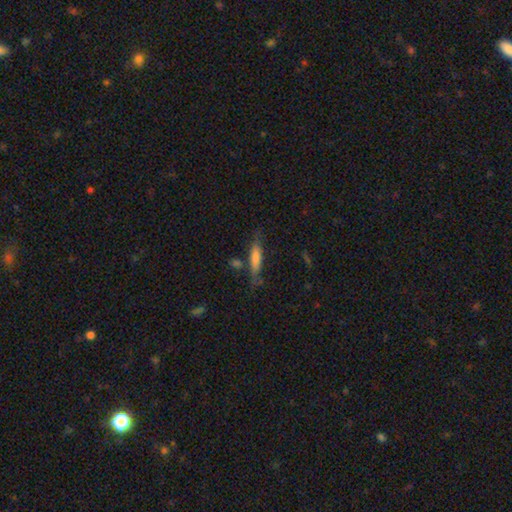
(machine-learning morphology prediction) Smooth or featured?
  - smooth: 64% *
  - featured or disk: 28%
  - star or artifact: 7%
How rounded?
  - cigar-shaped: 81% *
  - in between: 17%
  - round: 2%
Merging?
  - none: 69% *
  - minor disturbance: 19%
  - merger: 6%
  - major disturbance: 6%